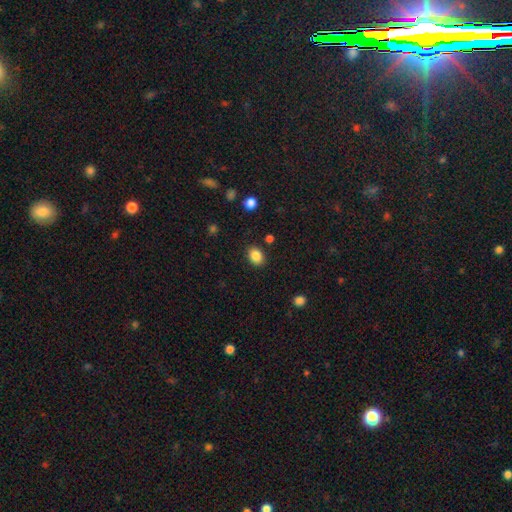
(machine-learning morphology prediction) A smooth galaxy with no disk features (86%) that is in between round and cigar-shaped (59%).

Vote fractions:
- Smooth or featured? smooth: 86% / star or artifact: 10% / featured or disk: 4%
- How rounded? in between: 59% / round: 41% / cigar-shaped: 1%
- Merging? none: 86% / minor disturbance: 9% / major disturbance: 3% / merger: 2%